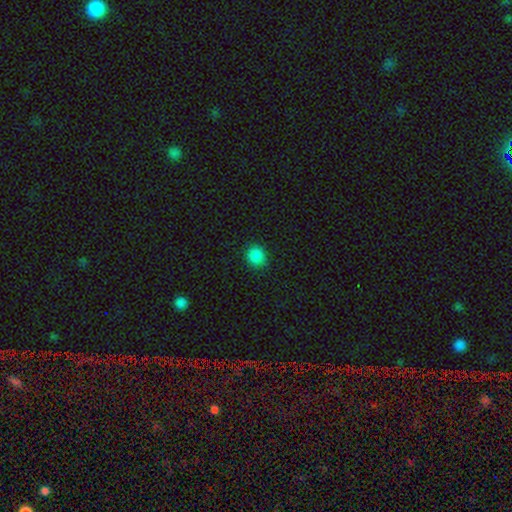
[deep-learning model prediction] smooth-or-featured: smooth: 86% | star or artifact: 11% | featured or disk: 2%
  how-rounded: round: 81% | in between: 18% | cigar-shaped: 1%
  merging: none: 89% | minor disturbance: 8% | major disturbance: 2% | merger: 1%